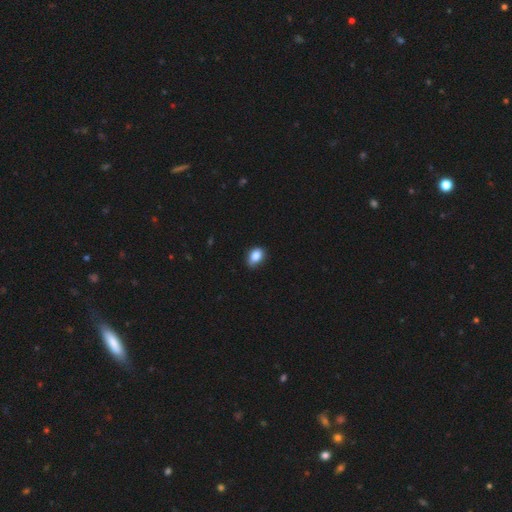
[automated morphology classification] This is clearly a smooth galaxy (84%). How rounded: likely in between (72%). Merging: likely none (69%).